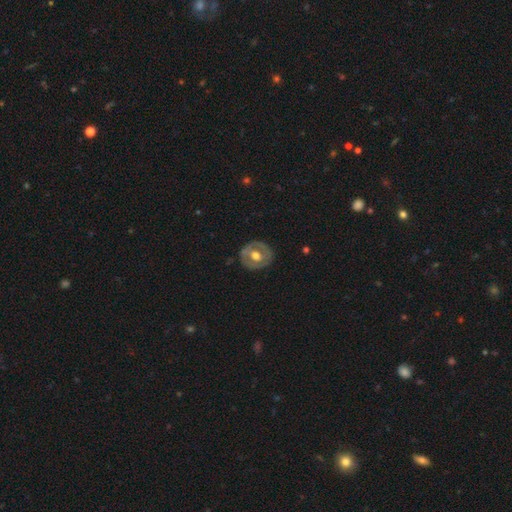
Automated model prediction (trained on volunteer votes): smooth_or_featured: featured or disk (p=0.59) [alt: smooth p=0.36]
disk_edge_on: no (p=0.95) [alt: yes p=0.05]
bar: no (p=0.63) [alt: weak p=0.28]
has_spiral_arms: no (p=0.78) [alt: yes p=0.22]
bulge_size: moderate (p=0.71) [alt: large p=0.21]
merging: none (p=0.81) [alt: minor disturbance p=0.14]